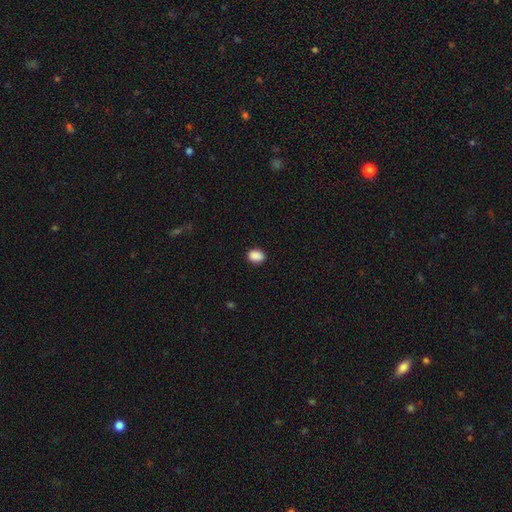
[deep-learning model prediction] smooth_or_featured: smooth (p=0.89) [alt: star or artifact p=0.08]
how_rounded: in between (p=0.68) [alt: round p=0.31]
merging: none (p=0.89) [alt: minor disturbance p=0.08]